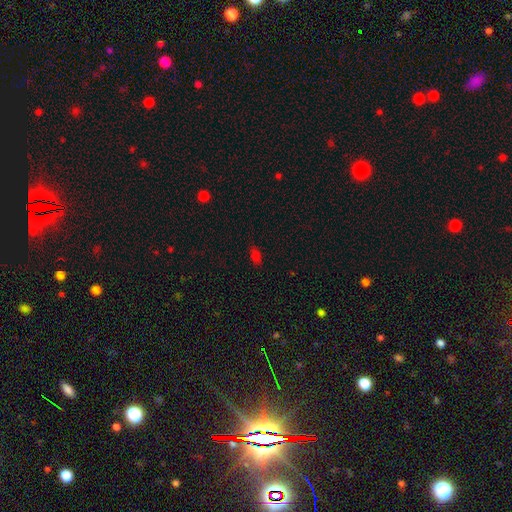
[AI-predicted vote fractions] smooth 74%, star or artifact 19%, featured or disk 7%. Down the decision tree: how rounded — in between (83%); merging — none (83%).